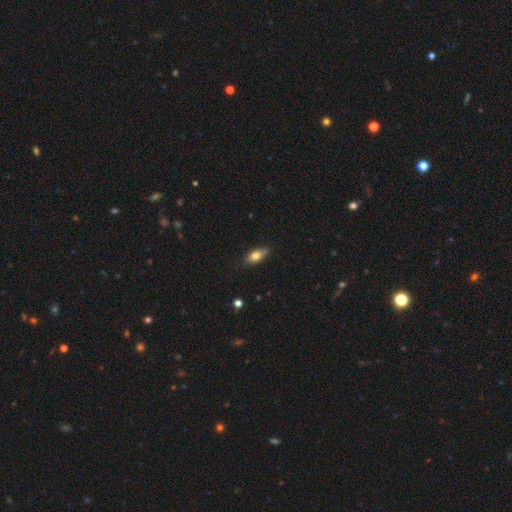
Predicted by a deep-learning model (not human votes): Morphology: type=smooth (76%); roundness=in between (83%); merging=none (76%).